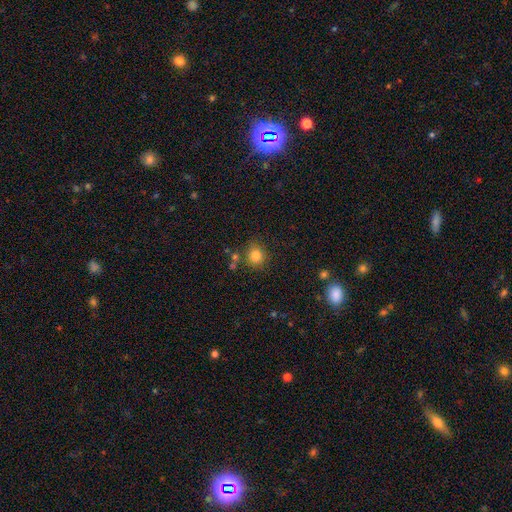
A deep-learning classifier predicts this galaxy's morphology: smooth-or-featured: smooth: 81% | star or artifact: 13% | featured or disk: 7%
  how-rounded: round: 86% | in between: 13% | cigar-shaped: 1%
  merging: none: 79% | minor disturbance: 11% | merger: 6% | major disturbance: 3%